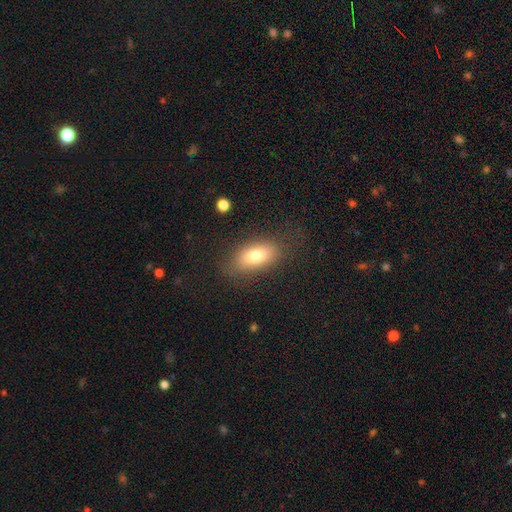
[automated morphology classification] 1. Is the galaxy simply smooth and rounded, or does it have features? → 76% smooth, 15% featured or disk, 9% star or artifact.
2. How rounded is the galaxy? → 88% in between, 8% round, 4% cigar-shaped.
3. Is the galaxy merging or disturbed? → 77% none, 15% minor disturbance, 7% major disturbance, 1% merger.